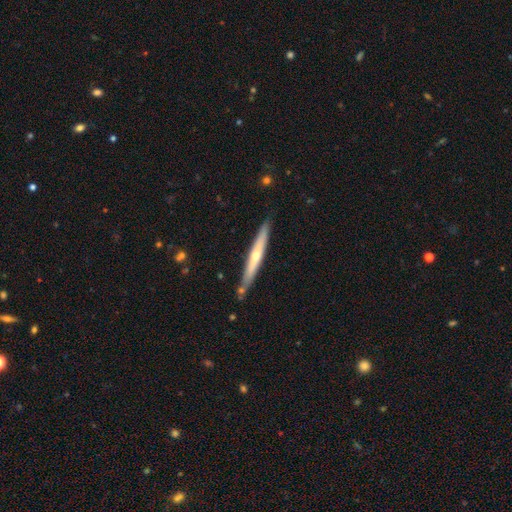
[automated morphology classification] smooth-or-featured: featured or disk: 59% | smooth: 36% | star or artifact: 5%
  disk-edge-on: yes: 94% | no: 6%
    edge-on-bulge: rounded: 71% | none: 26% | boxy: 3%
  merging: none: 84% | minor disturbance: 11% | merger: 3% | major disturbance: 2%